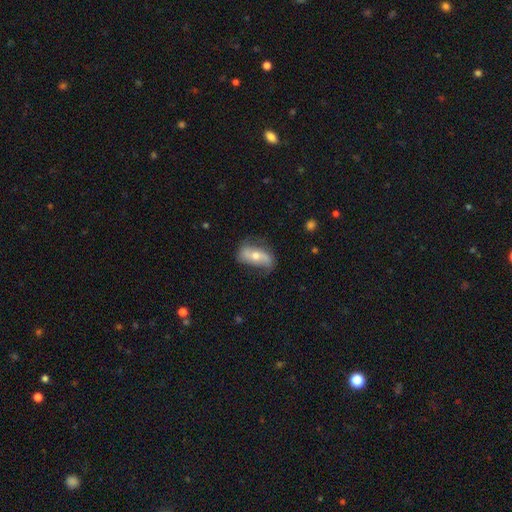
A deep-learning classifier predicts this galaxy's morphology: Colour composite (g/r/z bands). It shows a featured or disk galaxy (65%) with no bar (47%), spiral arms (83%) and a moderate central bulge (60%). Merging: none (62%).